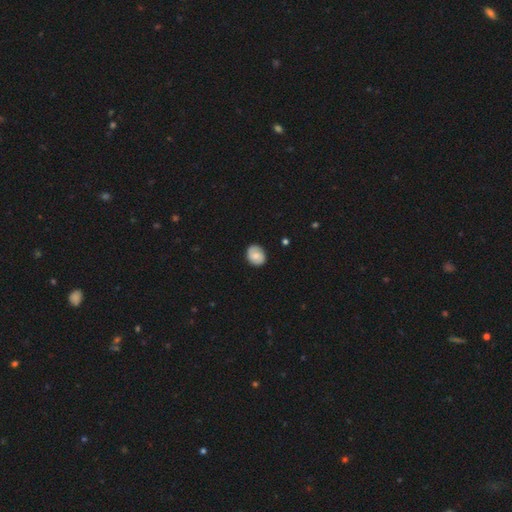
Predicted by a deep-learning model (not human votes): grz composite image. It shows a smooth galaxy with no disk features (60%) that is round (61%). Merging: none (83%).